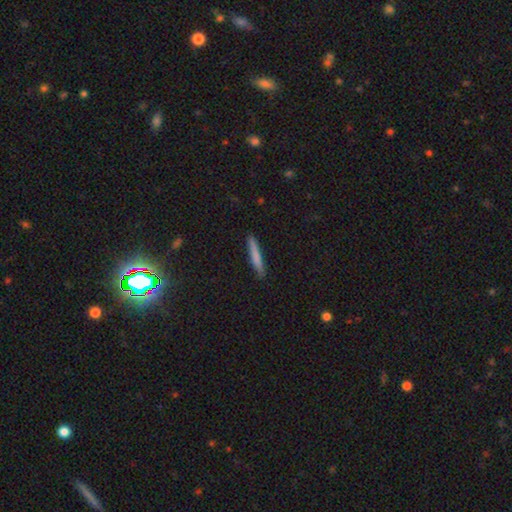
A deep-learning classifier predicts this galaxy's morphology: A smooth galaxy with no disk features (75%) that is cigar-shaped (95%).

Vote fractions:
- Smooth or featured? smooth: 75% / featured or disk: 19% / star or artifact: 6%
- How rounded? cigar-shaped: 95% / in between: 4% / round: 1%
- Merging? none: 89% / minor disturbance: 8% / major disturbance: 2% / merger: 1%